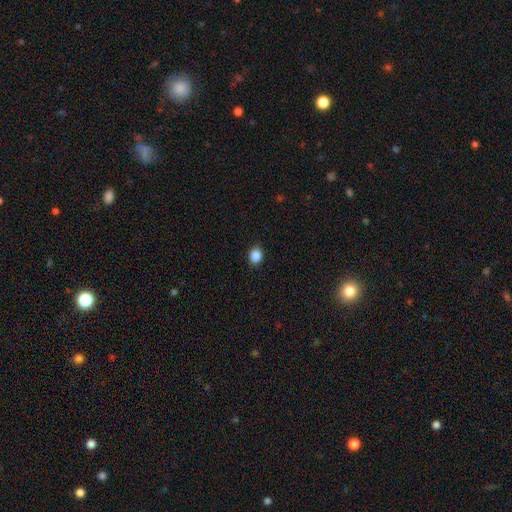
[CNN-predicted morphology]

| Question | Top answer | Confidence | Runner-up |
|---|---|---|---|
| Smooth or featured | smooth | 87% | star or artifact (10%) |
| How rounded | round | 57% | in between (42%) |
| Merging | none | 89% | minor disturbance (8%) |